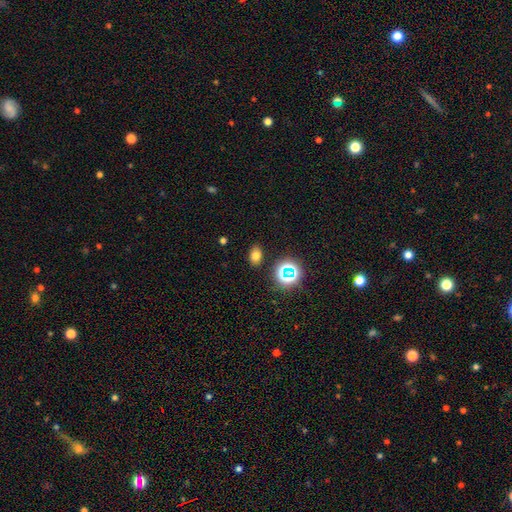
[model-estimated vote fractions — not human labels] Smooth or featured? smooth (71%)
How rounded? in between (78%)
Merging? none (86%)